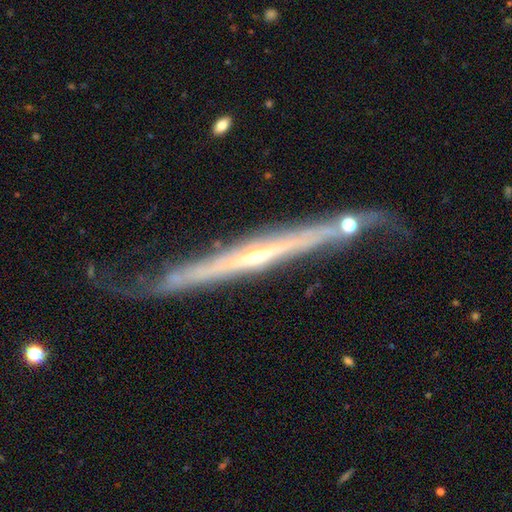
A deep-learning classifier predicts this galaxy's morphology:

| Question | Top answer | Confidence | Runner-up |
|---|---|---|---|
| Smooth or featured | featured or disk | 84% | smooth (10%) |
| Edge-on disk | yes | 89% | no (11%) |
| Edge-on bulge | rounded | 64% | none (33%) |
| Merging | none | 54% | minor disturbance (27%) |